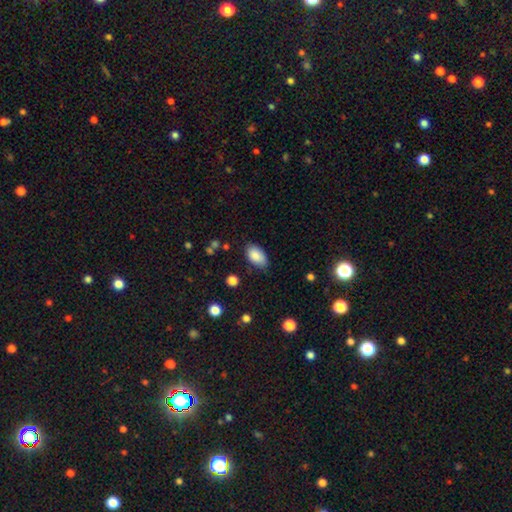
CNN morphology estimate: Smooth or featured? Predicted: smooth (p=0.86). How rounded? Predicted: in between (p=0.94). Merging? Predicted: none (p=0.78).